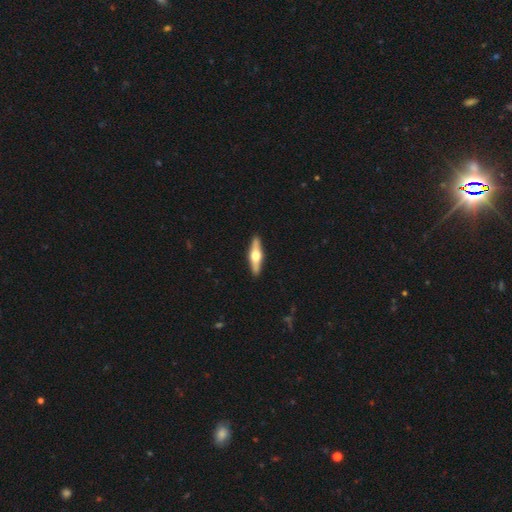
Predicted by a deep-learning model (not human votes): Morphology: type=featured or disk (65%); edge-on=yes (96%); edge-on bulge=rounded (95%); merging=none (91%).